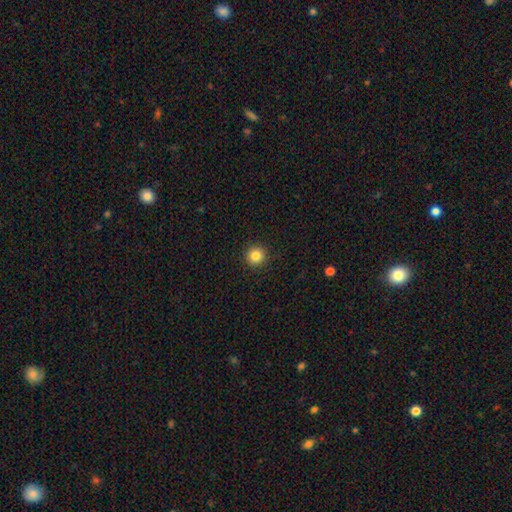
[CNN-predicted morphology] type=smooth (84%); roundness=round (95%); merging=none (92%).